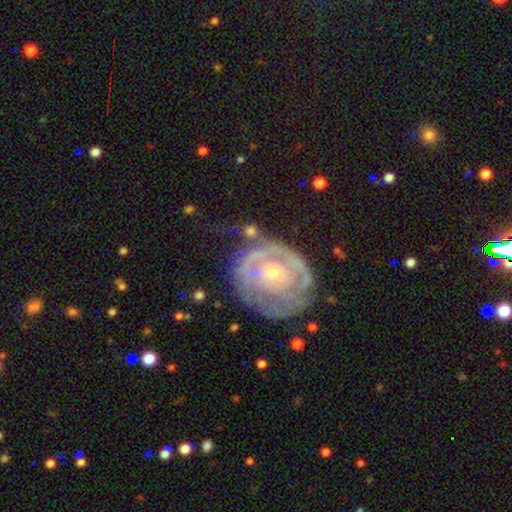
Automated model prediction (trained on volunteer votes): Overall: featured or disk (76%). Edge-on disk: no (97%). Bar: no (66%). Spiral arms: yes (81%). Spiral arm count: can't tell (43%; 2 30%). Spiral winding: tight (76%). Bulge size: small (62%; moderate 34%). Merging: none (67%).